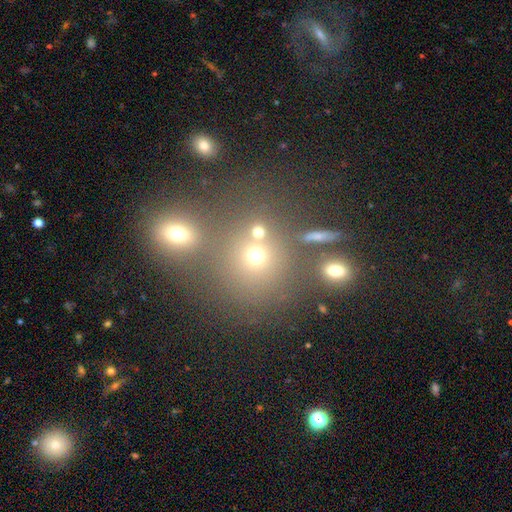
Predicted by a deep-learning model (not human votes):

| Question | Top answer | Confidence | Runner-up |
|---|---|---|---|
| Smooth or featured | smooth | 58% | star or artifact (28%) |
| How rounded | round | 85% | in between (14%) |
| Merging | none | 56% | merger (30%) |